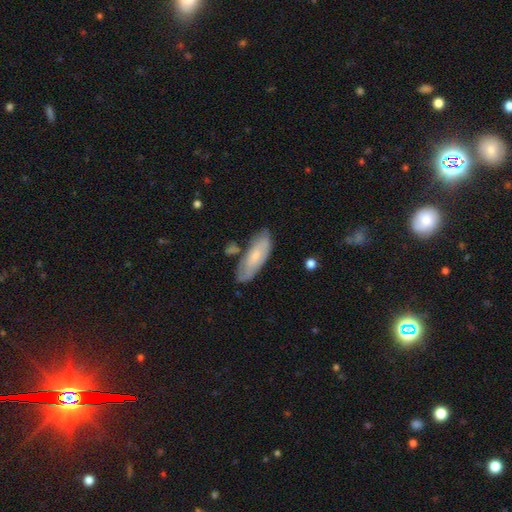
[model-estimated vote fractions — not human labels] Smooth or featured? smooth (60%)
How rounded? in between (66%)
Merging? none (70%)